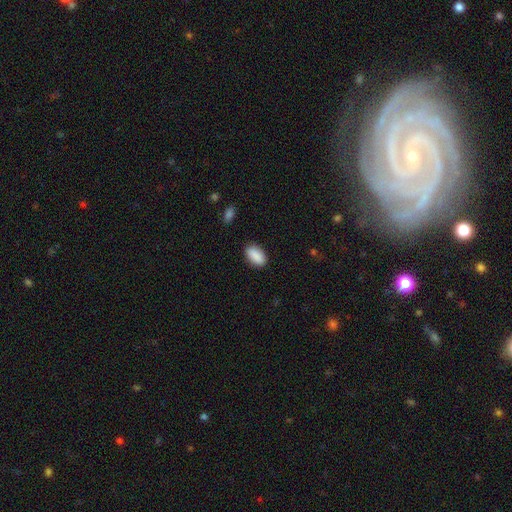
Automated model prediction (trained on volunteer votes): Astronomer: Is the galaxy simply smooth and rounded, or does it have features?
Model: smooth — 90%.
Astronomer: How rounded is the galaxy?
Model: in between — 93%.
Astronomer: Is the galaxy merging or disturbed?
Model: none — 87%.